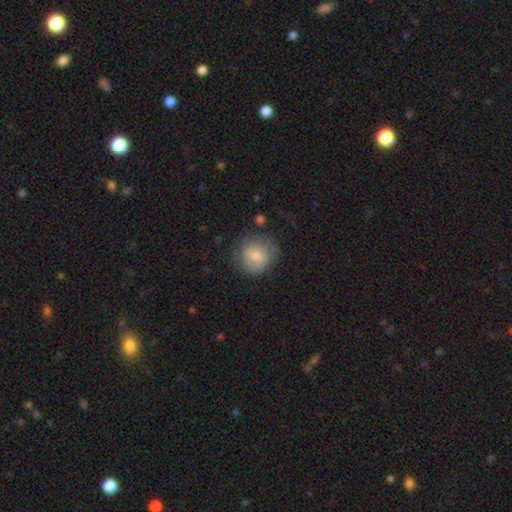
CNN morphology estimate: smooth-or-featured: smooth: 70% | featured or disk: 23% | star or artifact: 7%
  how-rounded: round: 85% | in between: 14% | cigar-shaped: 1%
  merging: none: 64% | minor disturbance: 23% | major disturbance: 11% | merger: 2%